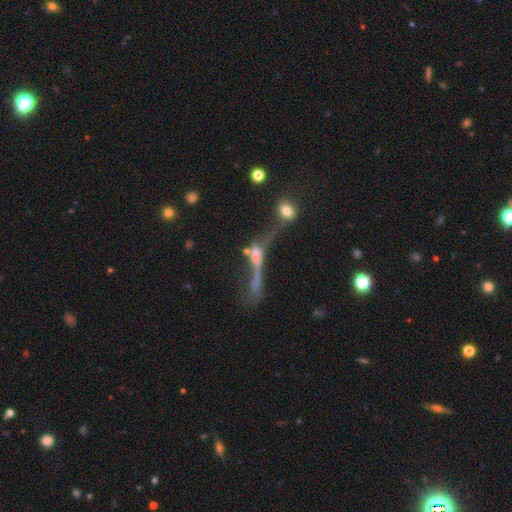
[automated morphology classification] This appears to be a featured or disk galaxy (56%) viewed edge-on (51%). Merging: merger (39%).